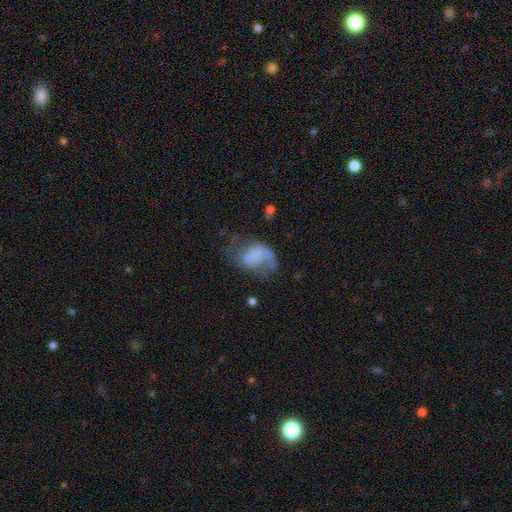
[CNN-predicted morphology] Smooth or featured? smooth (46%)
Merging? major disturbance (46%)